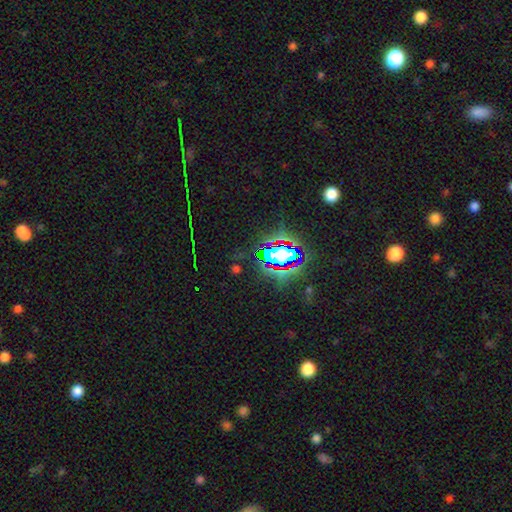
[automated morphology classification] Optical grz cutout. It shows a star or artifact, not a galaxy (78%).